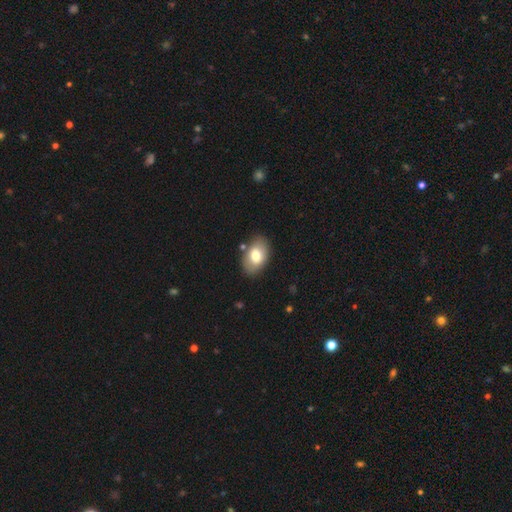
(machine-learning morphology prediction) This is likely a smooth galaxy (75%). How rounded: clearly in between (90%). Merging: clearly none (81%).